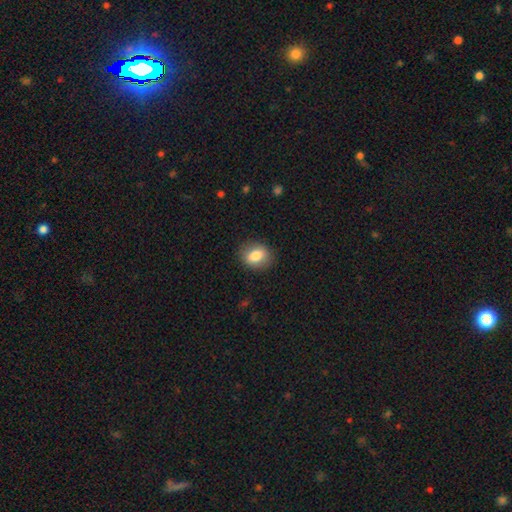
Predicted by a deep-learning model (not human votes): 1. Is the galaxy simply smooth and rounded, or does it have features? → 79% smooth, 13% featured or disk, 8% star or artifact.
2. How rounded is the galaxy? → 52% in between, 47% round, 1% cigar-shaped.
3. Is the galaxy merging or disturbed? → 87% none, 10% minor disturbance, 3% major disturbance, 1% merger.